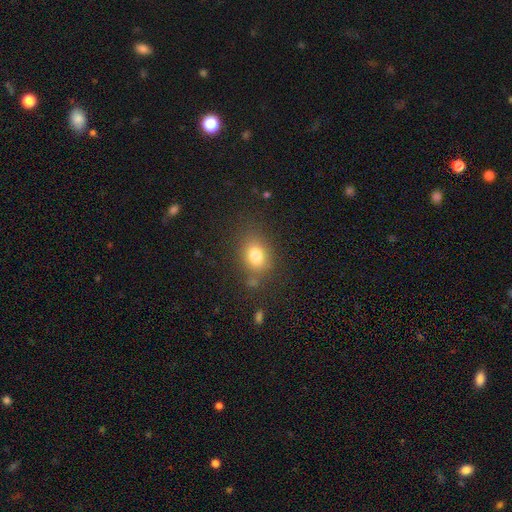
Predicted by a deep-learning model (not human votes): Overall: smooth (78%). How rounded: in between (58%; round 40%). Merging: none (74%).